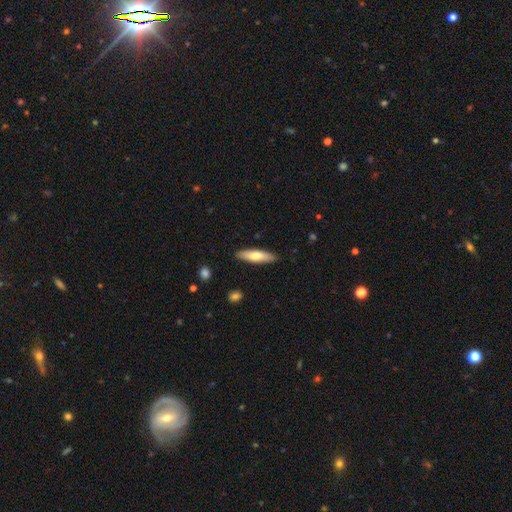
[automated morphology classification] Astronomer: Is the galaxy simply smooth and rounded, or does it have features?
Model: smooth — 69%.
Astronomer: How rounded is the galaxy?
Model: cigar-shaped — 71%.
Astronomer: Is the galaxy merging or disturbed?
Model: none — 89%.